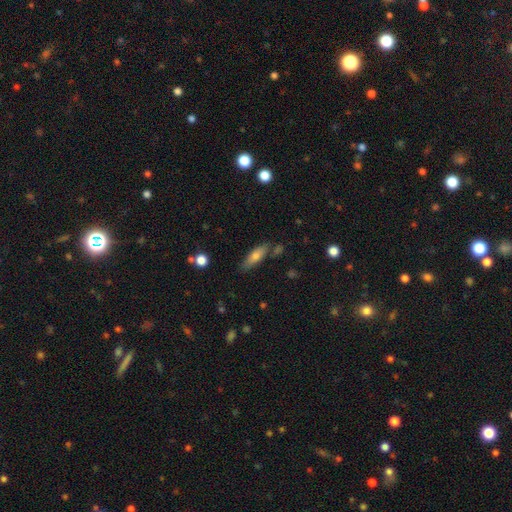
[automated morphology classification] smooth_or_featured: smooth (p=0.68) [alt: featured or disk p=0.25]
how_rounded: cigar-shaped (p=0.50) [alt: in between p=0.47]
merging: none (p=0.73) [alt: minor disturbance p=0.16]